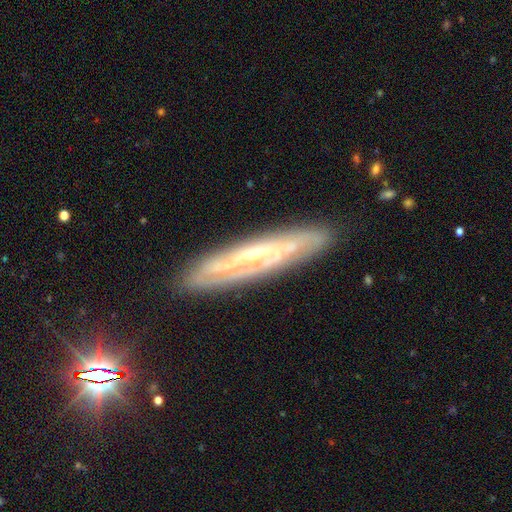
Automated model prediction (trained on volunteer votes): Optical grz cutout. It shows a featured or disk galaxy (74%) viewed edge-on (51%). Merging: none (83%).